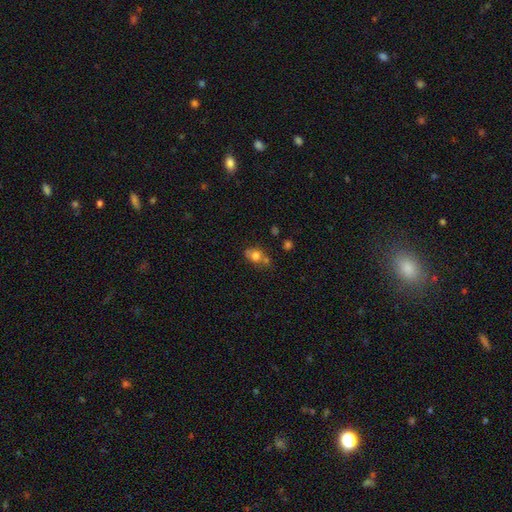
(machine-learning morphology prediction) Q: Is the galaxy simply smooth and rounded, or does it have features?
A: smooth — 72%.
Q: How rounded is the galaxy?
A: round — 58%.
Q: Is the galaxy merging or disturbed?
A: none — 46%.